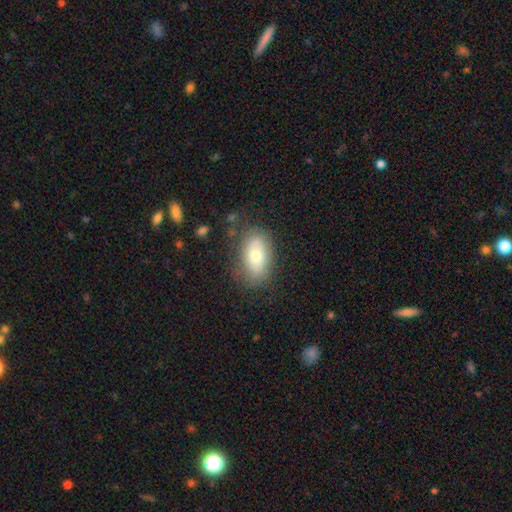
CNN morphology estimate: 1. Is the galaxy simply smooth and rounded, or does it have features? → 65% smooth, 26% featured or disk, 9% star or artifact.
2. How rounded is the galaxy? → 88% in between, 10% round, 2% cigar-shaped.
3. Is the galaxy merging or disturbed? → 76% none, 16% minor disturbance, 6% major disturbance, 2% merger.